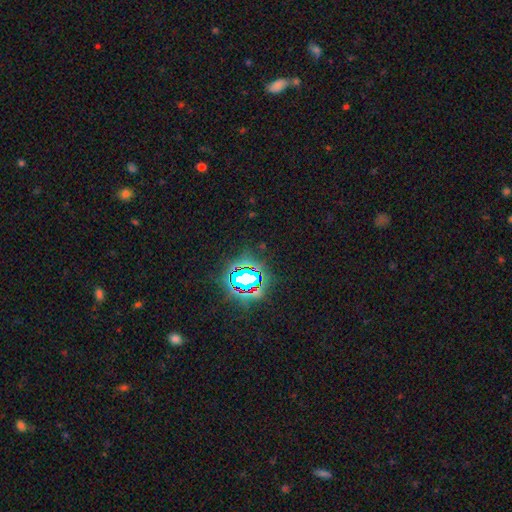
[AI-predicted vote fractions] Smooth or featured: star or artifact — 80% (smooth — 13%)